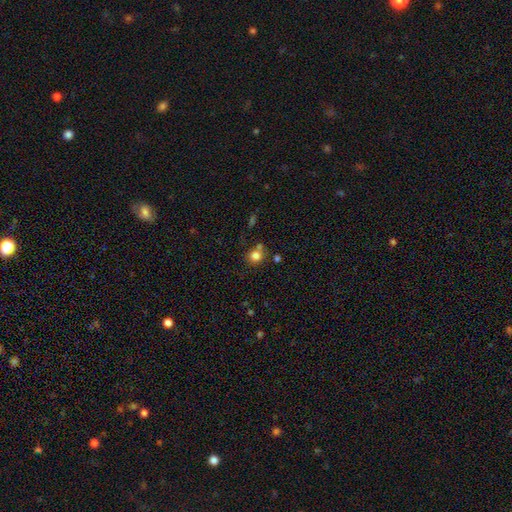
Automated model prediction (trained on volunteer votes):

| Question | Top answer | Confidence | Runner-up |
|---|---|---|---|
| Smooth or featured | smooth | 80% | star or artifact (12%) |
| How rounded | round | 83% | in between (16%) |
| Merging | none | 67% | merger (17%) |